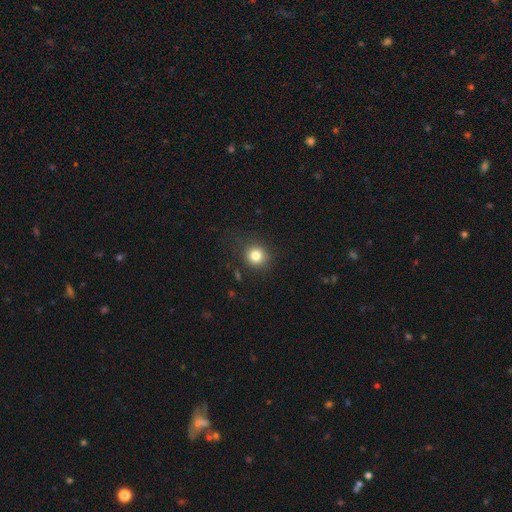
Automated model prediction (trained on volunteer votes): Smooth or featured: smooth — 81% (star or artifact — 12%)
How rounded: round — 89% (in between — 10%)
Merging: none — 85% (minor disturbance — 10%)